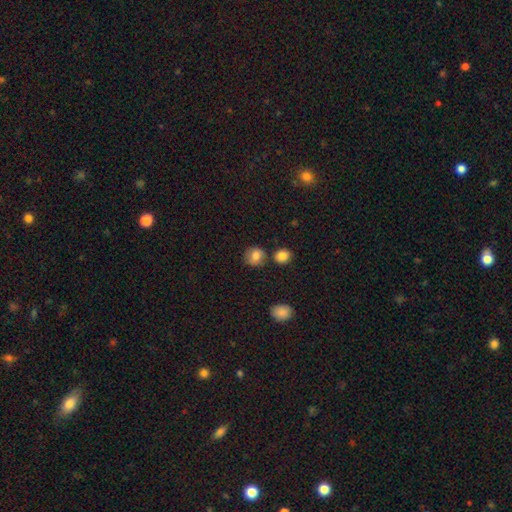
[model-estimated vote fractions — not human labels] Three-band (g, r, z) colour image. It shows a smooth galaxy with no disk features (82%) that is round (79%). Merging: none (71%).